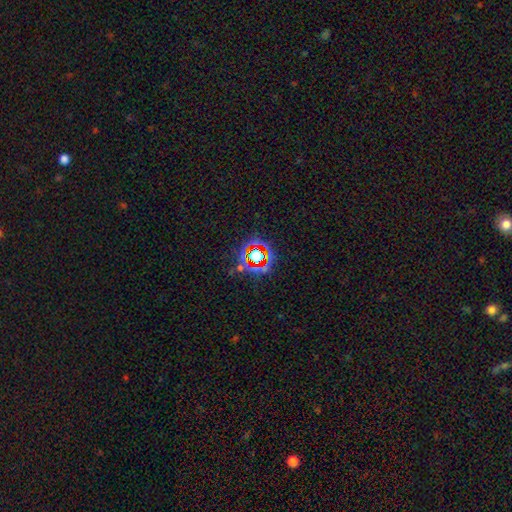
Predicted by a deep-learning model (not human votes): smooth_or_featured: star or artifact (p=0.70) [alt: smooth p=0.18]